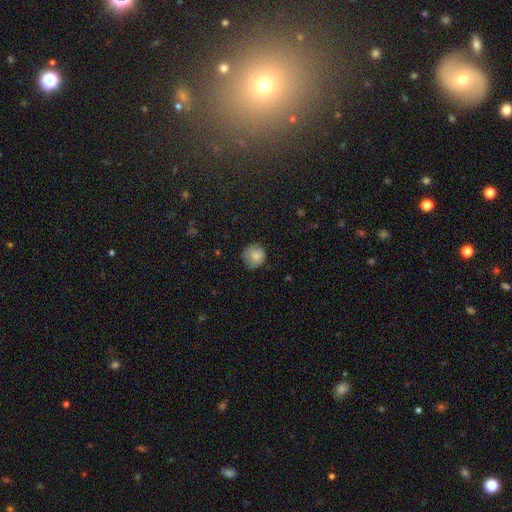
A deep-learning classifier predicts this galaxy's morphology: Q: Smooth or featured?
A: smooth (82%); runner-up: featured or disk (10%)
Q: How rounded?
A: round (89%); runner-up: in between (10%)
Q: Merging?
A: none (74%); runner-up: minor disturbance (20%)